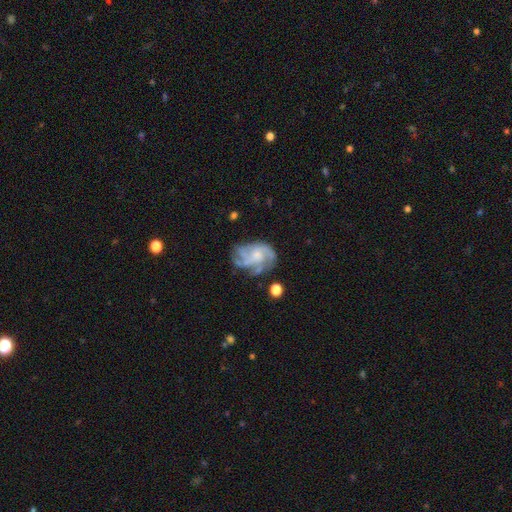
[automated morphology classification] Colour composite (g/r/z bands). It shows a featured or disk galaxy (79%) with no bar (70%), 3 (29%) medium (44%) spiral arms (90%) and a small central bulge (42%). Merging: none (57%).